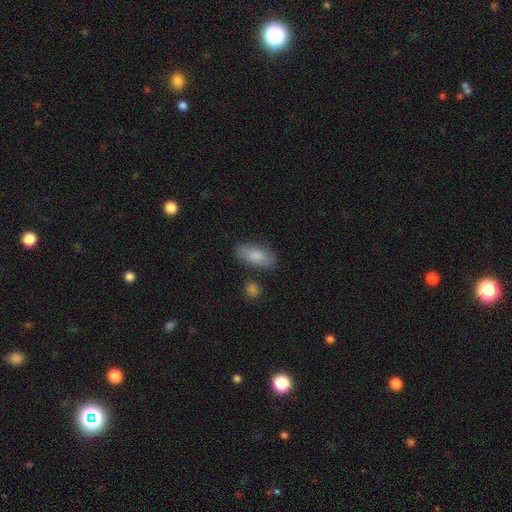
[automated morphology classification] This is clearly a smooth galaxy (81%). How rounded: clearly in between (89%). Merging: likely none (77%).